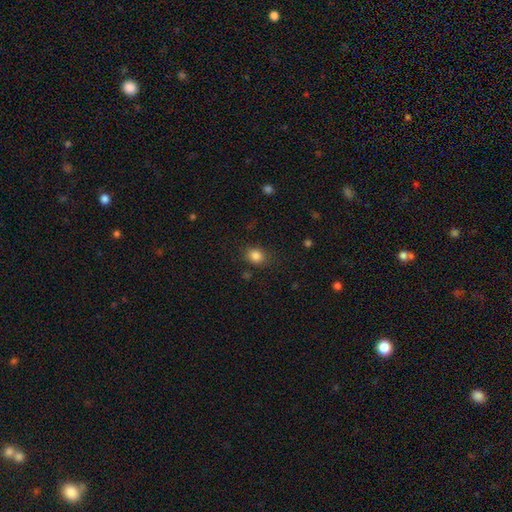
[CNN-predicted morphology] smooth-or-featured: smooth: 84% | star or artifact: 11% | featured or disk: 5%
  how-rounded: round: 55% | in between: 44% | cigar-shaped: 1%
  merging: none: 81% | minor disturbance: 13% | major disturbance: 4% | merger: 2%